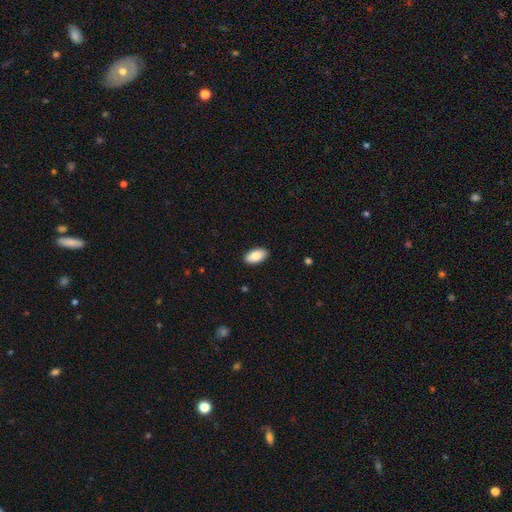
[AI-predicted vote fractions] A smooth galaxy with no disk features (82%) that is in between round and cigar-shaped (94%).

Vote fractions:
- Smooth or featured? smooth: 82% / featured or disk: 11% / star or artifact: 6%
- How rounded? in between: 94% / round: 3% / cigar-shaped: 2%
- Merging? none: 89% / minor disturbance: 8% / major disturbance: 2% / merger: 1%